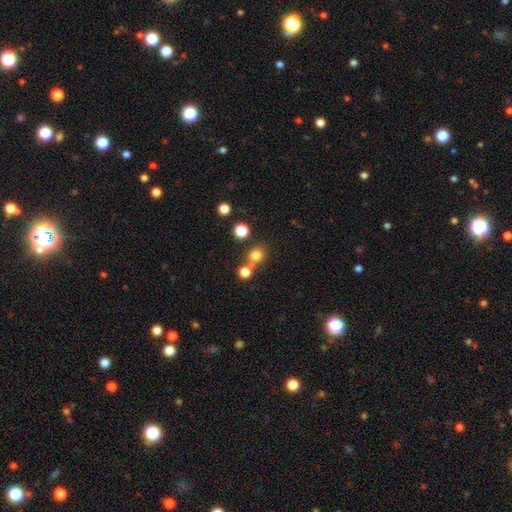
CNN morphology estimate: Overall: smooth (77%). How rounded: round (83%). Merging: none (64%; merger 25%).